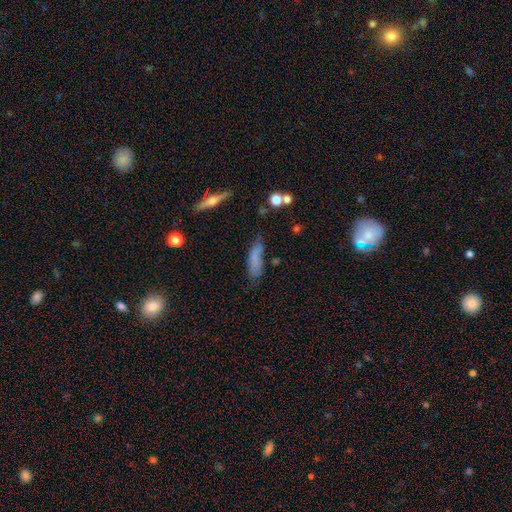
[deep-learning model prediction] Smooth or featured: smooth — 71% (featured or disk — 19%)
How rounded: cigar-shaped — 54% (in between — 43%)
Merging: none — 57% (minor disturbance — 29%)